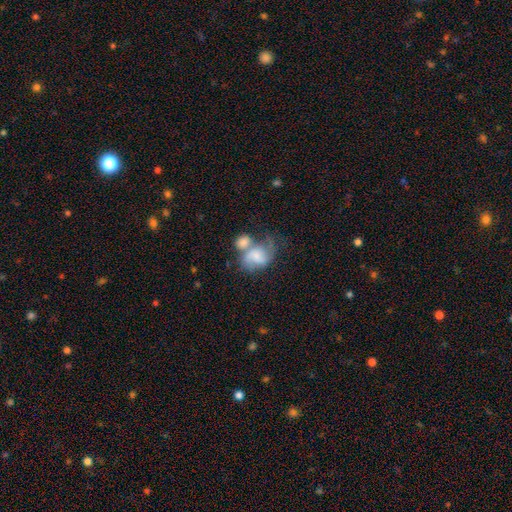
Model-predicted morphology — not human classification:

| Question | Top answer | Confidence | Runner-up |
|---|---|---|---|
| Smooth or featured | featured or disk | 46% | tied: smooth (46%) |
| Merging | merger | 57% | none (16%) |